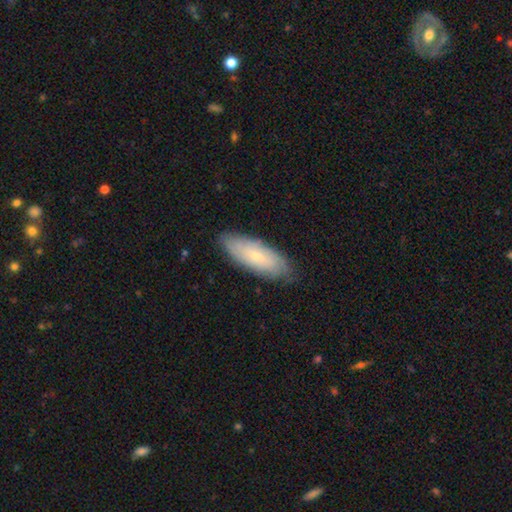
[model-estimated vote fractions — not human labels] Smooth or featured?
  - smooth: 60% *
  - featured or disk: 34%
  - star or artifact: 7%
How rounded?
  - in between: 69% *
  - cigar-shaped: 29%
  - round: 2%
Merging?
  - none: 81% *
  - minor disturbance: 15%
  - major disturbance: 3%
  - merger: 1%